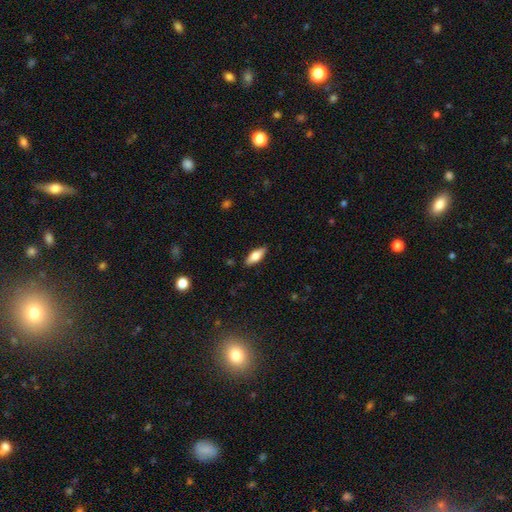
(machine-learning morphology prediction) This is likely a smooth galaxy (64%). How rounded: likely in between (68%). Merging: clearly none (87%).